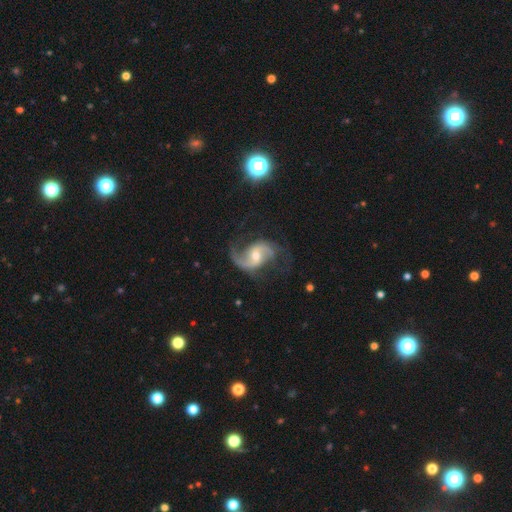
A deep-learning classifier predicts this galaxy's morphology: Smooth or featured?
  - featured or disk: 91% *
  - star or artifact: 5%
  - smooth: 4%
Edge-on disk?
  - no: 98% *
  - yes: 2%
Bar?
  - weak: 45% *
  - no: 40%
  - strong: 15%
Spiral arms?
  - yes: 98% *
  - no: 2%
Spiral winding?
  - loose: 53% *
  - medium: 39%
  - tight: 8%
Spiral arm count?
  - 2: 90% *
  - 1: 4%
  - can't tell: 2%
  - 3: 2%
  - 4: 1%
  - more than 4: 1%
Bulge size?
  - moderate: 56% *
  - small: 38%
  - large: 3%
  - none: 1%
  - dominant: 1%
Merging?
  - none: 71% *
  - minor disturbance: 16%
  - major disturbance: 11%
  - merger: 2%